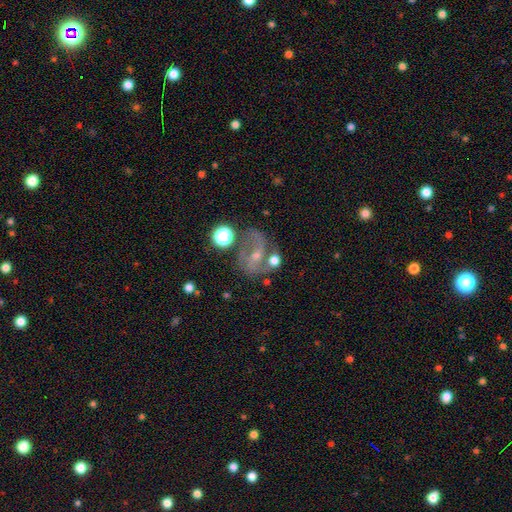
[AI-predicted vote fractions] Morphology: type=featured or disk (71%); edge-on=no (97%); bar=weak (43%); spiral arms=yes (84%); winding=medium (46%); arm count=2 (81%); bulge=small (57%); merging=none (55%).